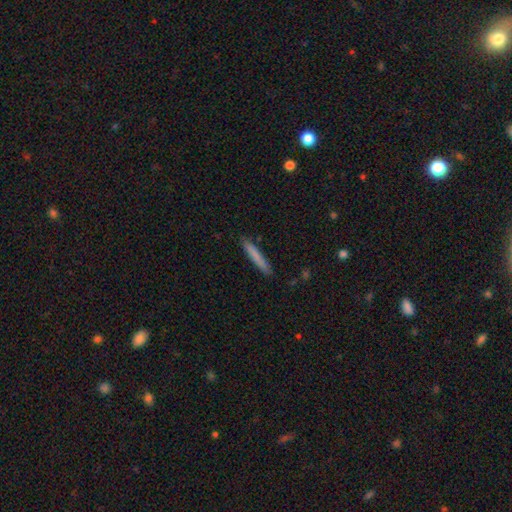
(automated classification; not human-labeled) Smooth or featured? Predicted: smooth (p=0.78). How rounded? Predicted: cigar-shaped (p=0.95). Merging? Predicted: none (p=0.89).